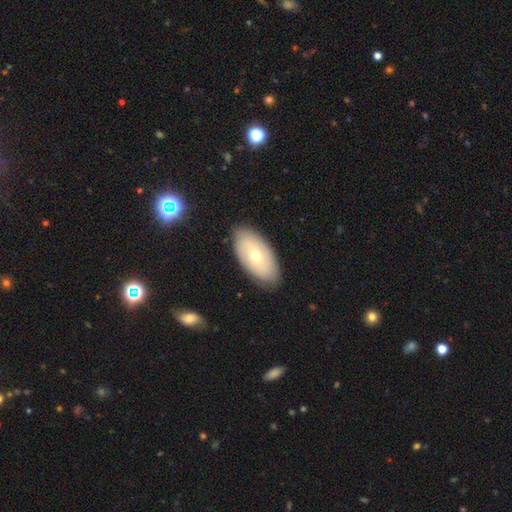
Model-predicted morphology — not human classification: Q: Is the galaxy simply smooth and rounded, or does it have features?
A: smooth — 51%.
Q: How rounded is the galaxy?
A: in between — 94%.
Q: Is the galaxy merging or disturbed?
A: none — 86%.